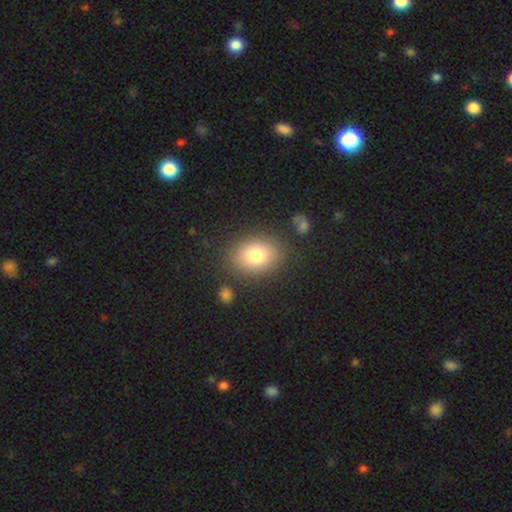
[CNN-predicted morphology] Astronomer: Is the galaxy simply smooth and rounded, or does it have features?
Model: smooth — 79%.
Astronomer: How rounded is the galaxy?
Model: in between — 63%.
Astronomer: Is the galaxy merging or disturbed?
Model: none — 82%.